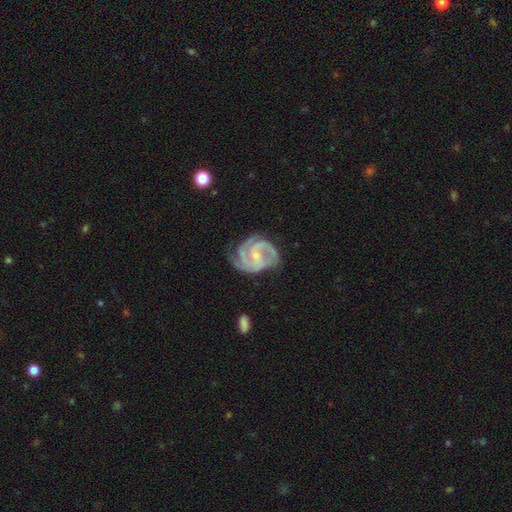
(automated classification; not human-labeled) Smooth or featured? featured or disk (92%)
Edge-on disk? no (98%)
Bar? no (49%)
Spiral arms? yes (98%)
Spiral winding? tight (49%)
Spiral arm count? 3 (55%)
Bulge size? small (74%)
Merging? none (66%)